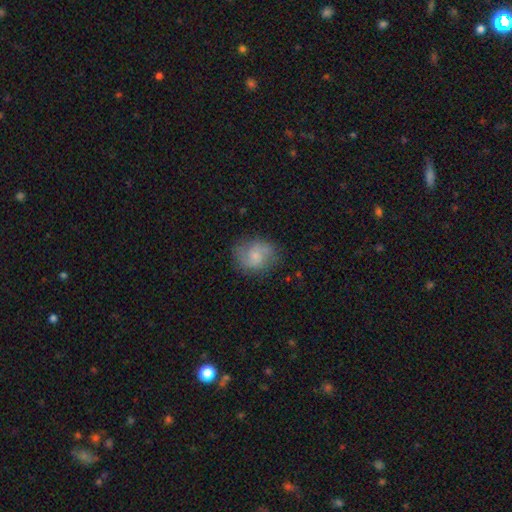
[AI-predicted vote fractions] The model was most divided on "smooth or featured": smooth: 51%, featured or disk: 41%, star or artifact: 8%. More confident: merging — none (73%); how rounded — round (65%).